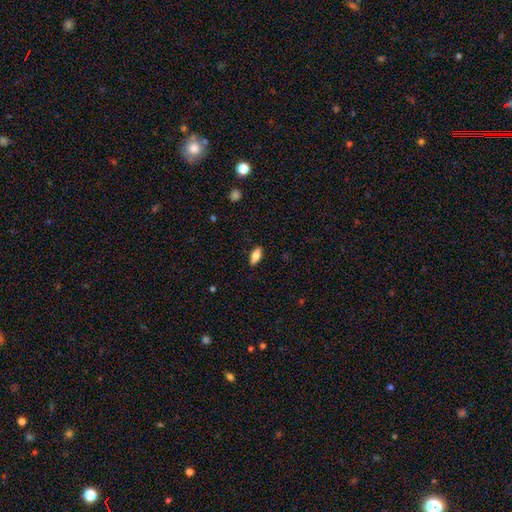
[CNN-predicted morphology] Smooth or featured? smooth (78%)
How rounded? in between (81%)
Merging? none (88%)